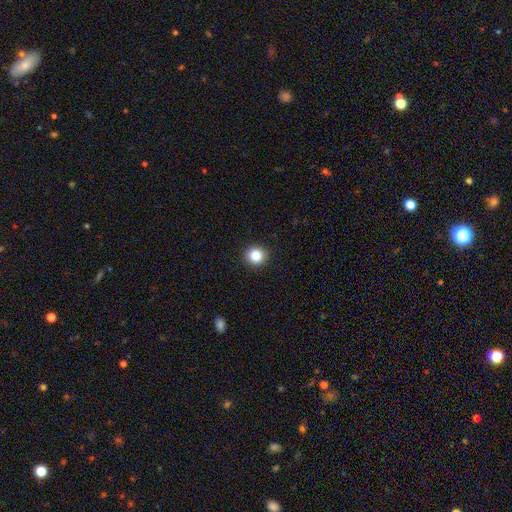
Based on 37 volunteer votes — A smooth galaxy with no disk features (84%) that is round (100%).

Vote fractions:
- Smooth or featured? smooth: 84% / featured or disk: 8% / star or artifact: 8%
- How rounded? round: 100% / in between: 0% / cigar-shaped: 0%
- Merging? none: 91% / minor disturbance: 6% / major disturbance: 3% / merger: 0%